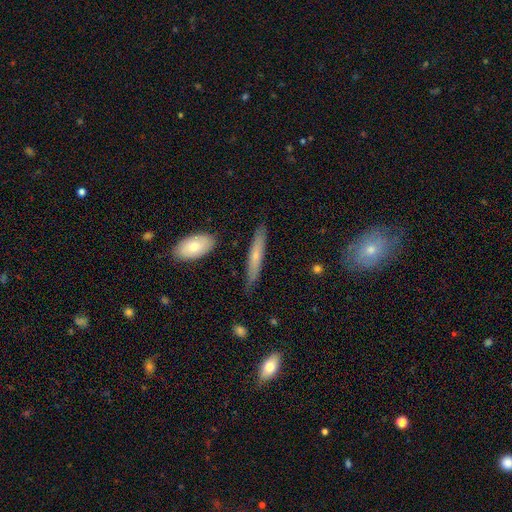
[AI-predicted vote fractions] smooth 54%, featured or disk 40%, star or artifact 7%. Down the decision tree: how rounded — cigar-shaped (88%); merging — none (80%).